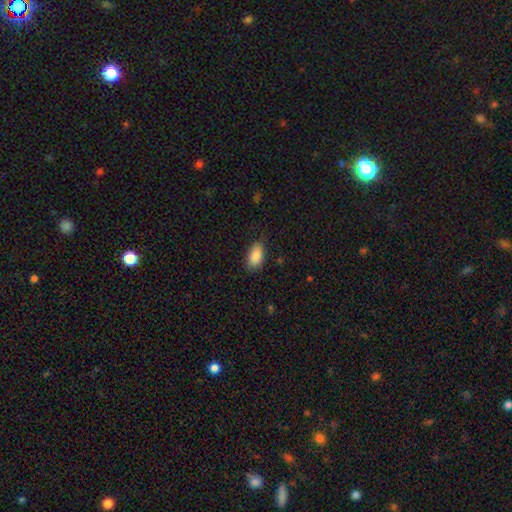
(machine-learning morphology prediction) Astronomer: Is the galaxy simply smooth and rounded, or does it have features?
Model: smooth — 88%.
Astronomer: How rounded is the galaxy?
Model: in between — 92%.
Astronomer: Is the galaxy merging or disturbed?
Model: none — 76%.